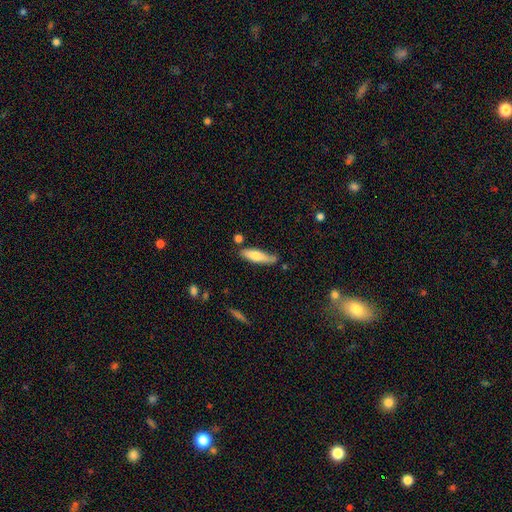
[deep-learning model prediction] This appears to be a smooth galaxy with no disk features (68%) that is cigar-shaped (66%). Merging: none (68%).